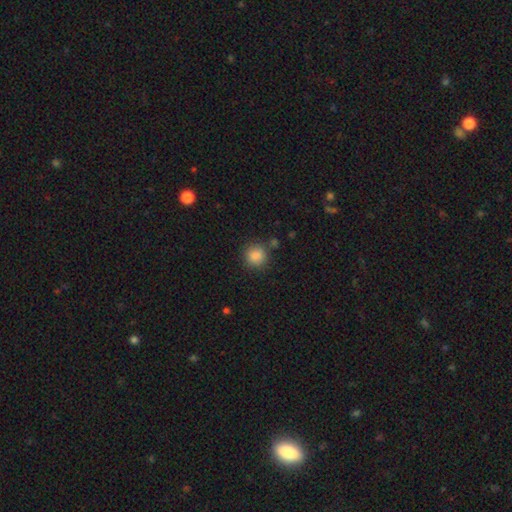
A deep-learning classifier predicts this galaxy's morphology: smooth-or-featured: smooth: 86% | star or artifact: 10% | featured or disk: 4%
  how-rounded: round: 88% | in between: 11% | cigar-shaped: 1%
  merging: none: 81% | minor disturbance: 11% | merger: 4% | major disturbance: 4%